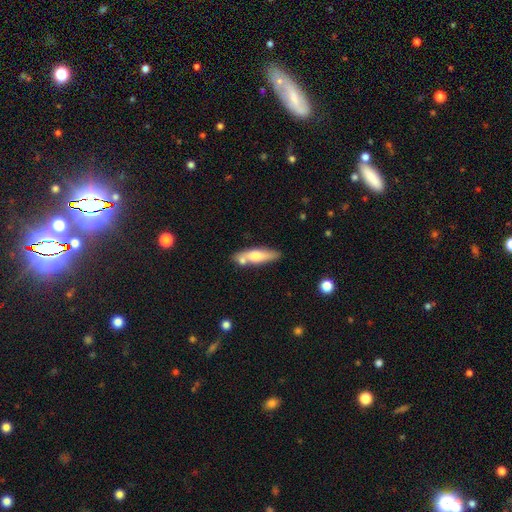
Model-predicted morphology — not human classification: smooth 59%, featured or disk 35%, star or artifact 6%. Down the decision tree: how rounded — cigar-shaped (66%); merging — none (68%).